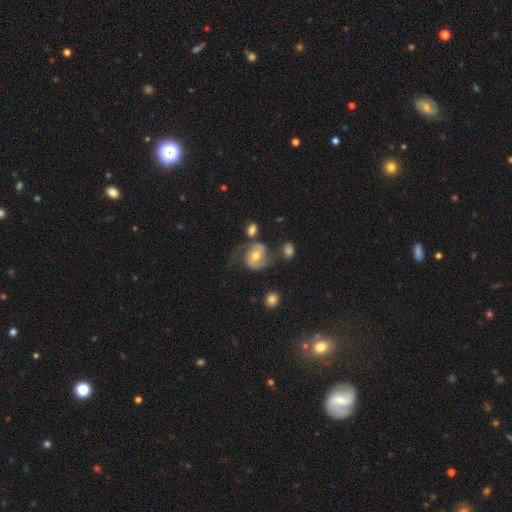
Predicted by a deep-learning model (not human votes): smooth-or-featured: featured or disk: 73% | smooth: 20% | star or artifact: 7%
  disk-edge-on: no: 97% | yes: 3%
    bar: no: 53% | weak: 33% | strong: 14%
    has-spiral-arms: yes: 91% | no: 9%
      spiral-winding: medium: 47% | loose: 34% | tight: 20%
      spiral-arm-count: 2: 87% | can't tell: 5% | 1: 4% | 3: 1% | 4: 1% | more than 4: 1%
    bulge-size: moderate: 73% | small: 18% | large: 7% | none: 1% | dominant: 1%
  merging: none: 52% | minor disturbance: 21% | major disturbance: 18% | merger: 10%